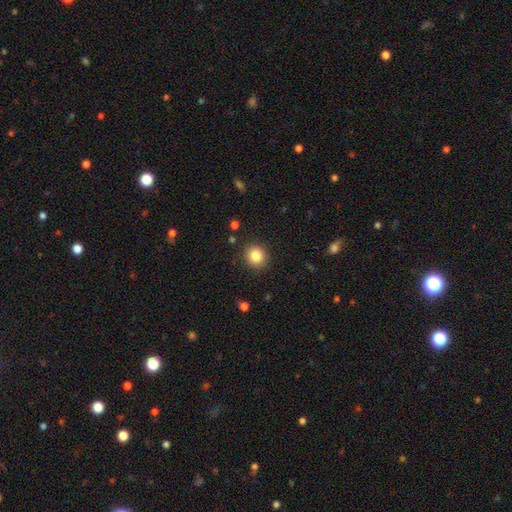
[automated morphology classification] Smooth or featured: smooth — 84% (star or artifact — 10%)
How rounded: round — 88% (in between — 11%)
Merging: none — 90% (minor disturbance — 7%)